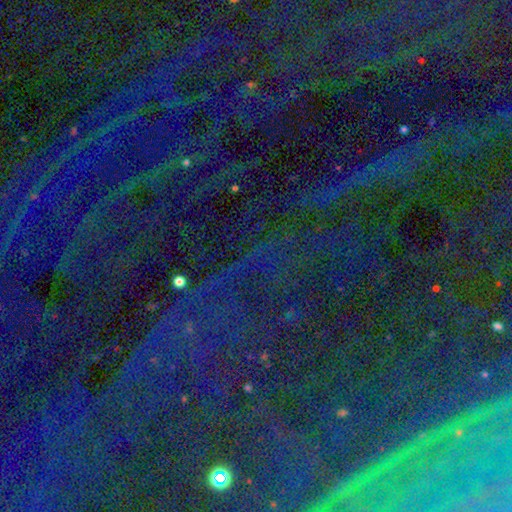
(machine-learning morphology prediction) star or artifact 82%, smooth 9%, featured or disk 8%.